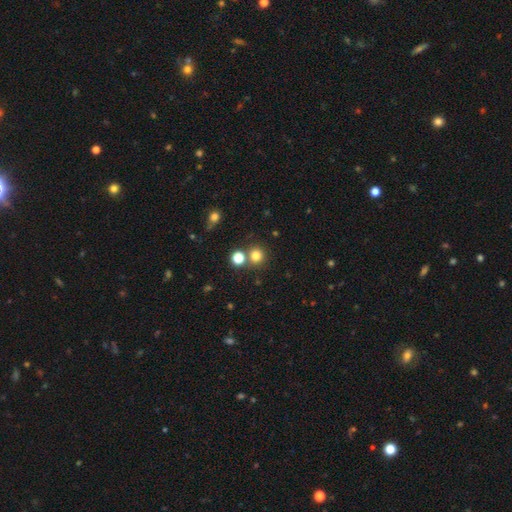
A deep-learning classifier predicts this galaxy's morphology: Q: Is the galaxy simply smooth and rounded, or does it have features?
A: smooth — 78%.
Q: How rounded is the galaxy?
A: round — 91%.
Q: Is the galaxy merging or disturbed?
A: none — 75%.